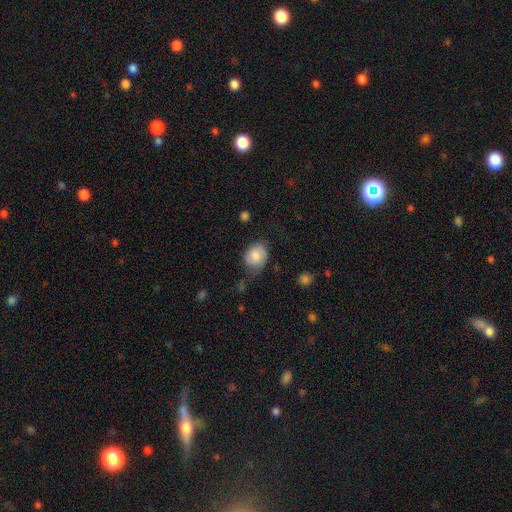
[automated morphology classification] Smooth or featured? Predicted: smooth (p=0.67). How rounded? Predicted: in between (p=0.50). Merging? Predicted: none (p=0.52).